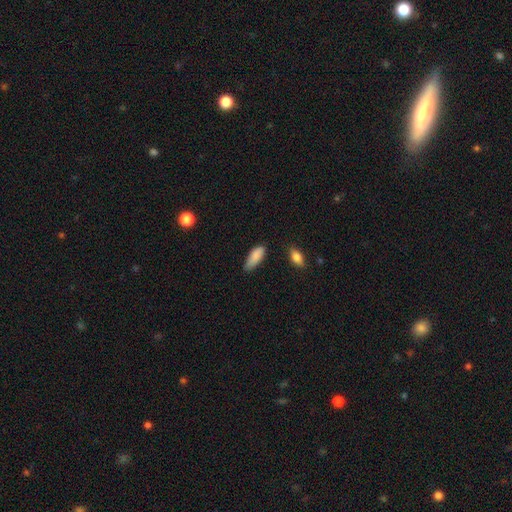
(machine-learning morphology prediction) This is clearly a smooth galaxy (87%). How rounded: likely in between (75%). Merging: possibly none (57%).